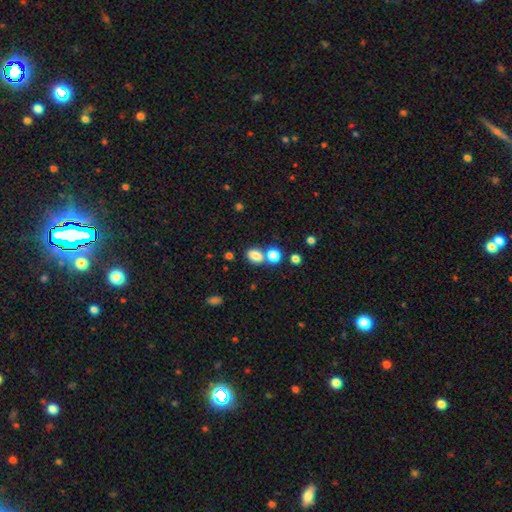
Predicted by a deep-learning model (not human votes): Smooth or featured? Predicted: smooth (p=0.81). How rounded? Predicted: in between (p=0.75). Merging? Predicted: none (p=0.56).